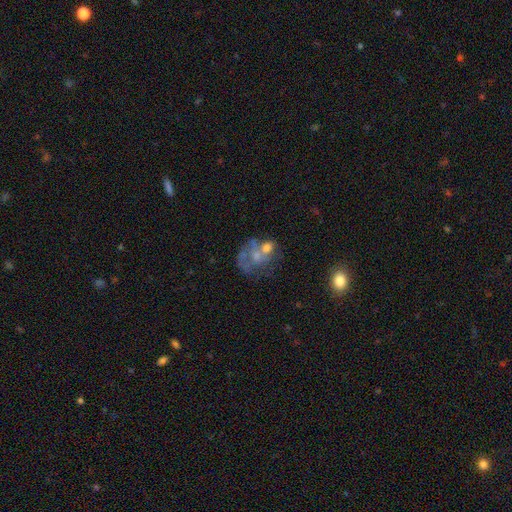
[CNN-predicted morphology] Smooth or featured?
  - featured or disk: 54% *
  - smooth: 31%
  - star or artifact: 16%
Edge-on disk?
  - no: 97% *
  - yes: 3%
Bar?
  - no: 86% *
  - weak: 12%
  - strong: 3%
Spiral arms?
  - no: 77% *
  - yes: 23%
Bulge size?
  - moderate: 33% *
  - small: 31%
  - none: 30%
  - large: 4%
  - dominant: 2%
Merging?
  - merger: 30% * (tied)
  - none: 30% * (tied)
  - major disturbance: 24%
  - minor disturbance: 15%